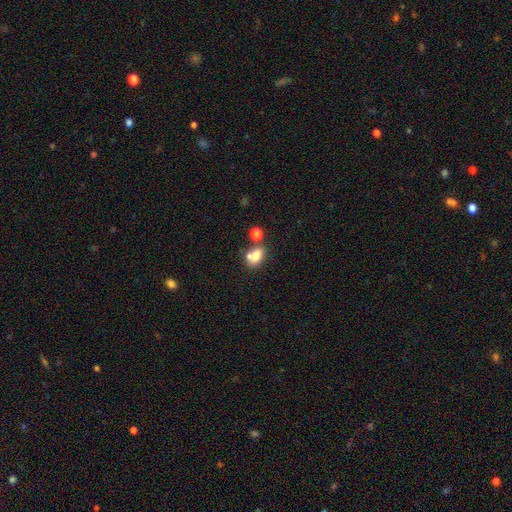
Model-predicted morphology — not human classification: The model was most divided on "merging": none: 44%, merger: 38%, minor disturbance: 13%, major disturbance: 6%. More confident: smooth or featured — smooth (74%); how rounded — in between (63%).